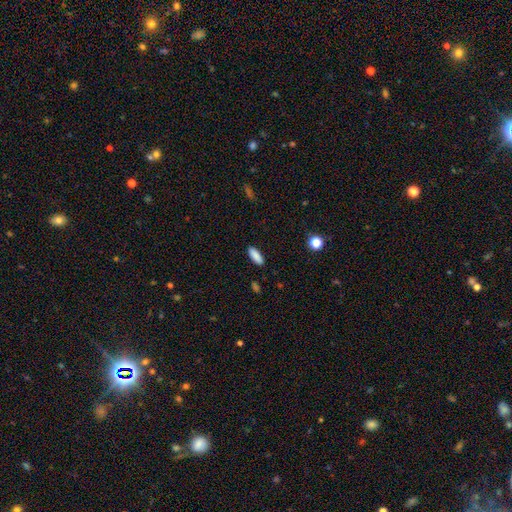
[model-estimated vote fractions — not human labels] Smooth or featured: smooth — 88% (star or artifact — 7%)
How rounded: in between — 65% (cigar-shaped — 33%)
Merging: none — 89% (minor disturbance — 8%)